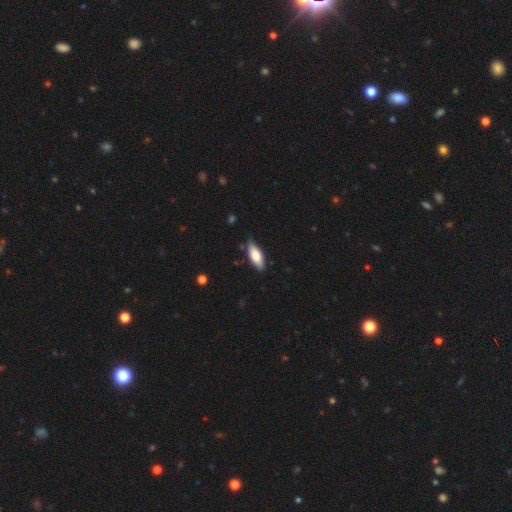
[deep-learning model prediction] smooth-or-featured: smooth: 77% | featured or disk: 17% | star or artifact: 6%
  how-rounded: in between: 77% | cigar-shaped: 21% | round: 2%
  merging: none: 81% | minor disturbance: 16% | major disturbance: 2% | merger: 1%